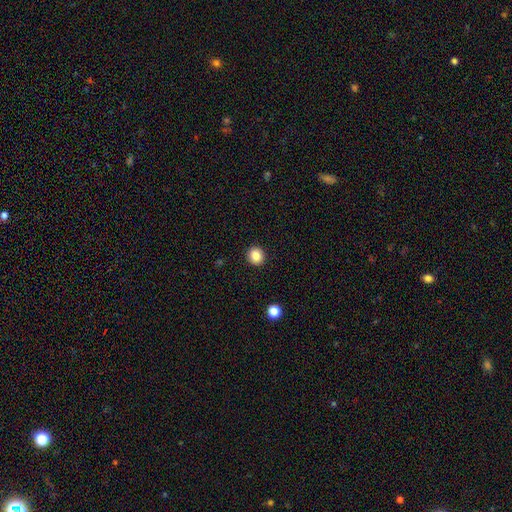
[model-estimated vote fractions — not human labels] This appears to be a smooth galaxy with no disk features (85%) that is round (88%). Merging: none (93%).